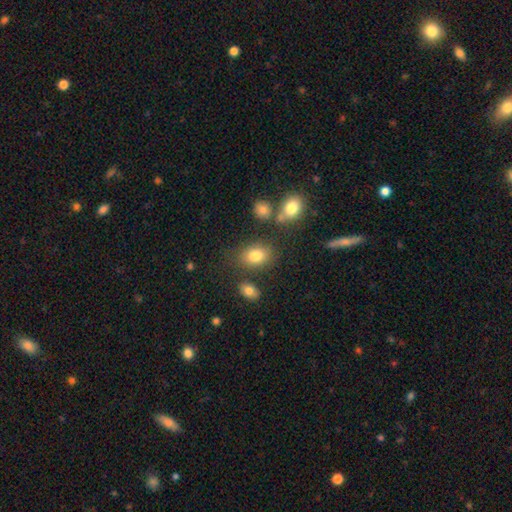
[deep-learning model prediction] smooth_or_featured: smooth (p=0.80) [alt: star or artifact p=0.11]
how_rounded: in between (p=0.74) [alt: round p=0.25]
merging: none (p=0.76) [alt: minor disturbance p=0.13]